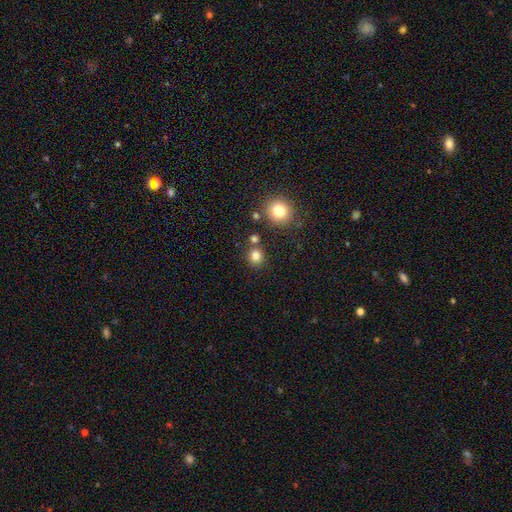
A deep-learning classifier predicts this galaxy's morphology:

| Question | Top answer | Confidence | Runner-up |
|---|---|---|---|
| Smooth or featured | smooth | 81% | star or artifact (13%) |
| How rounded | round | 87% | in between (12%) |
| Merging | none | 78% | merger (10%) |